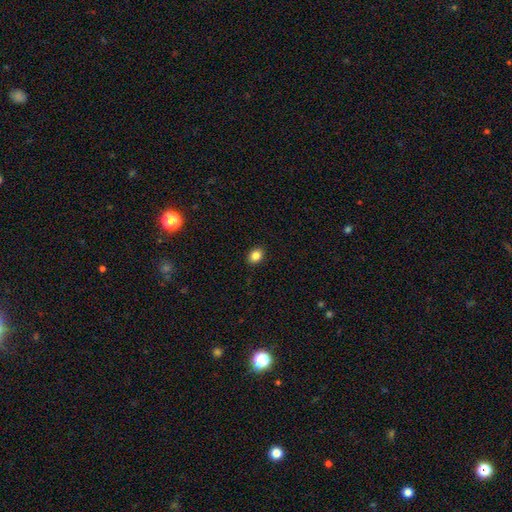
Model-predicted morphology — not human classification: smooth-or-featured: smooth: 85% | star or artifact: 10% | featured or disk: 5%
  how-rounded: in between: 61% | round: 38% | cigar-shaped: 1%
  merging: none: 91% | minor disturbance: 6% | major disturbance: 2% | merger: 1%